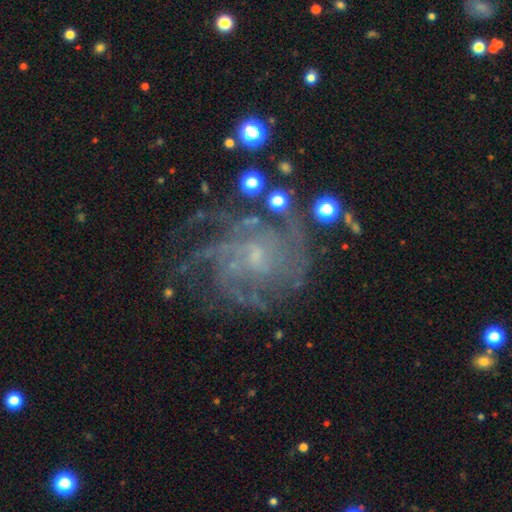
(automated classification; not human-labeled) A featured or disk galaxy (85%) with no bar (62%), tight (56%) spiral arms (94%) and a small central bulge (64%). Merging: none (66%).